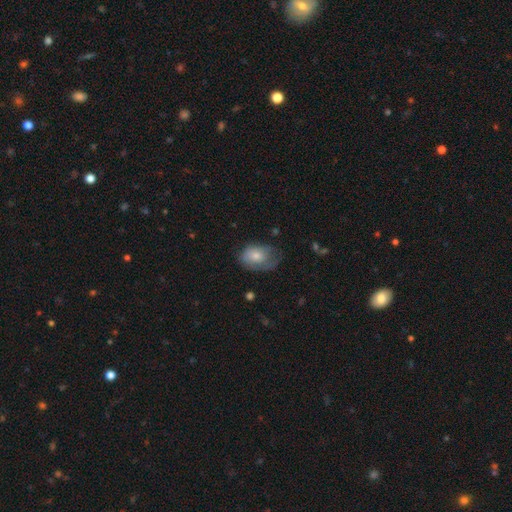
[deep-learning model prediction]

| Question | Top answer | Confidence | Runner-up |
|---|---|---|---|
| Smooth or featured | smooth | 68% | featured or disk (25%) |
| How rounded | in between | 80% | round (18%) |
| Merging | none | 38% | minor disturbance (35%) |